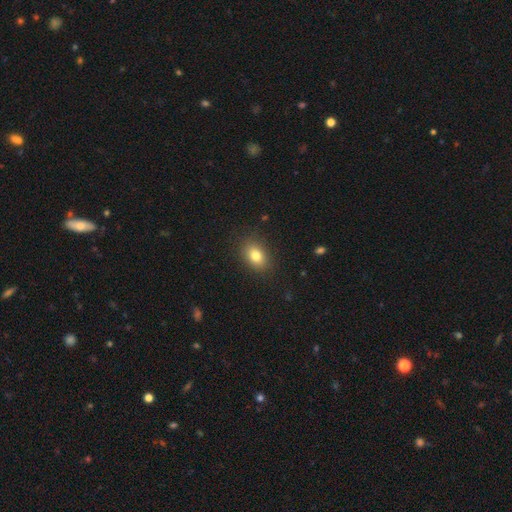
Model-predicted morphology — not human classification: Smooth or featured? Predicted: smooth (p=0.80). How rounded? Predicted: in between (p=0.76). Merging? Predicted: none (p=0.87).